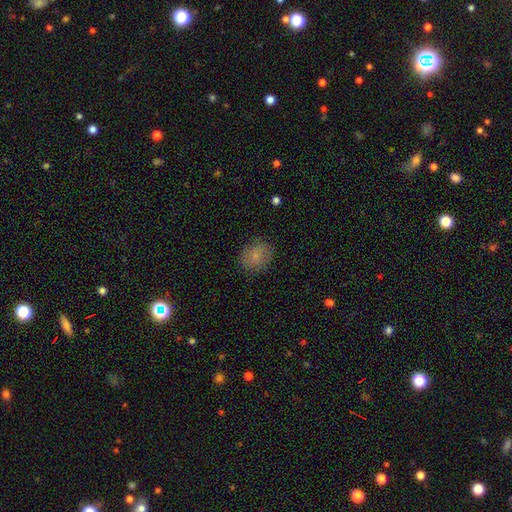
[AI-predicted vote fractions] smooth_or_featured: smooth (p=0.79) [alt: featured or disk p=0.11]
how_rounded: round (p=0.54) [alt: in between p=0.45]
merging: none (p=0.81) [alt: minor disturbance p=0.14]